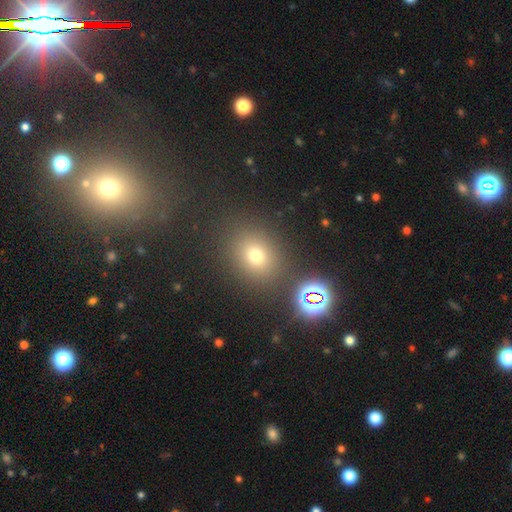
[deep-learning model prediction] Smooth or featured? Predicted: smooth (p=0.66). How rounded? Predicted: round (p=0.68). Merging? Predicted: none (p=0.83).